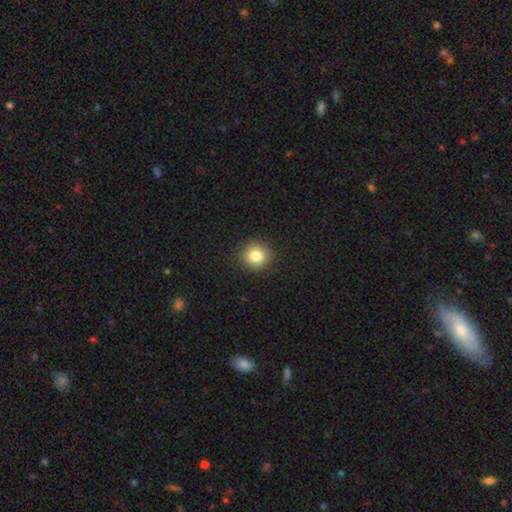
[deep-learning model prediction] Smooth or featured: smooth — 84% (star or artifact — 10%)
How rounded: round — 88% (in between — 11%)
Merging: none — 90% (minor disturbance — 7%)